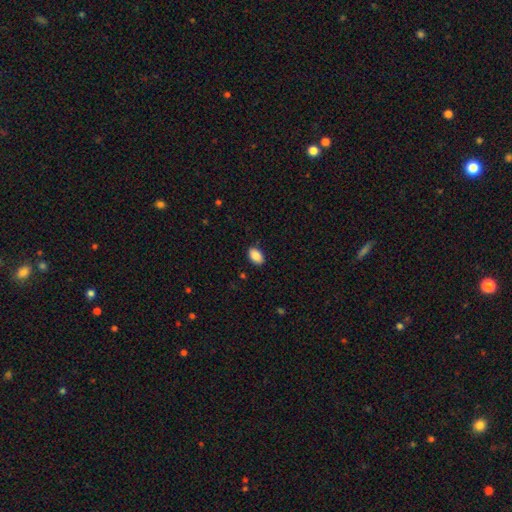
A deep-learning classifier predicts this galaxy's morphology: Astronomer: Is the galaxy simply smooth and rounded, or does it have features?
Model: smooth — 89%.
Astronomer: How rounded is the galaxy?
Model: in between — 91%.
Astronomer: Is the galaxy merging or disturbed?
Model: none — 87%.